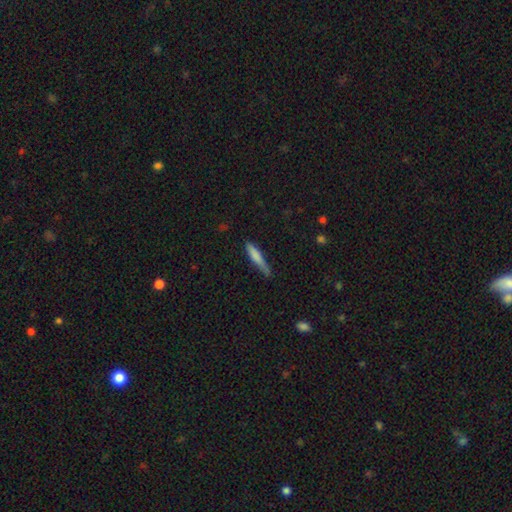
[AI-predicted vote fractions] smooth 76%, featured or disk 18%, star or artifact 6%. Down the decision tree: how rounded — cigar-shaped (88%); merging — none (60%).